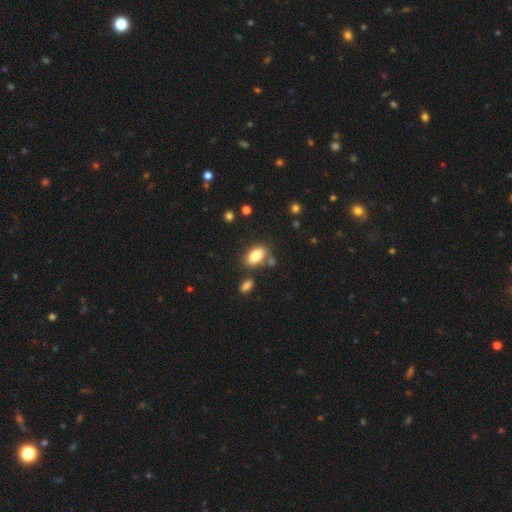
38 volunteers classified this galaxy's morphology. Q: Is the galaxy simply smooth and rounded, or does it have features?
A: smooth — 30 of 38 (79%).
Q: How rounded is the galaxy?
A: in between — 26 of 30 (87%).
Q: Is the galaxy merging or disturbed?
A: none — 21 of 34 (62%).